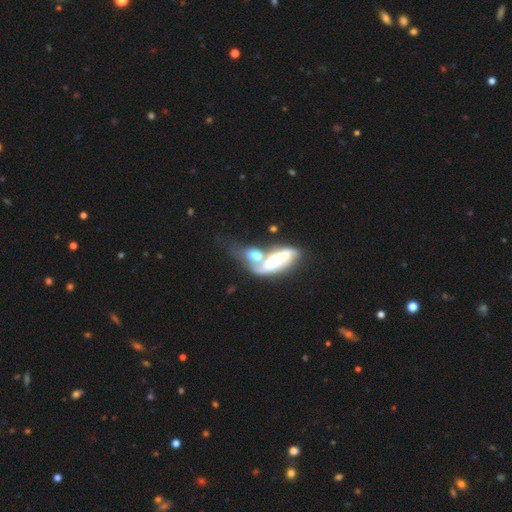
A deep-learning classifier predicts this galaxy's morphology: This appears to be a featured or disk galaxy (50%). Merging: merger (65%).